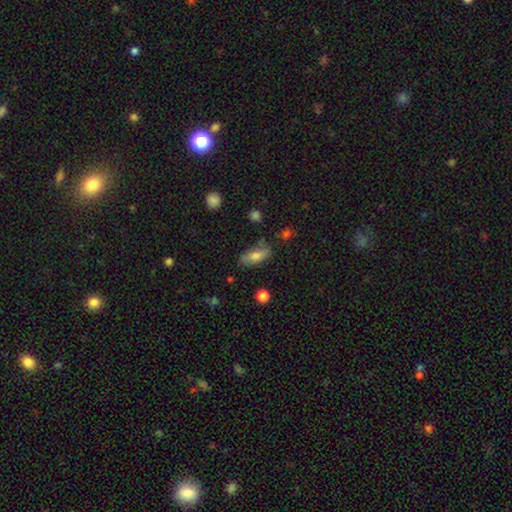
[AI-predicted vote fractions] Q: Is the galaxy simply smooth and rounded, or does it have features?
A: smooth — 75%.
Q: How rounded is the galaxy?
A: in between — 79%.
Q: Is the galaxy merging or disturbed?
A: none — 69%.